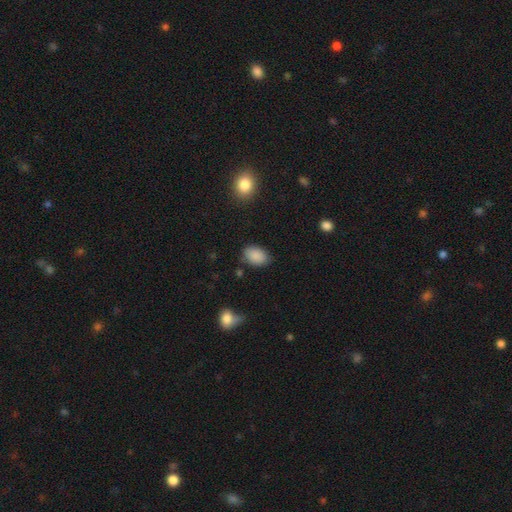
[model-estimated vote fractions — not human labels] smooth_or_featured: smooth (p=0.88) [alt: star or artifact p=0.08]
how_rounded: in between (p=0.86) [alt: round p=0.13]
merging: none (p=0.79) [alt: minor disturbance p=0.15]